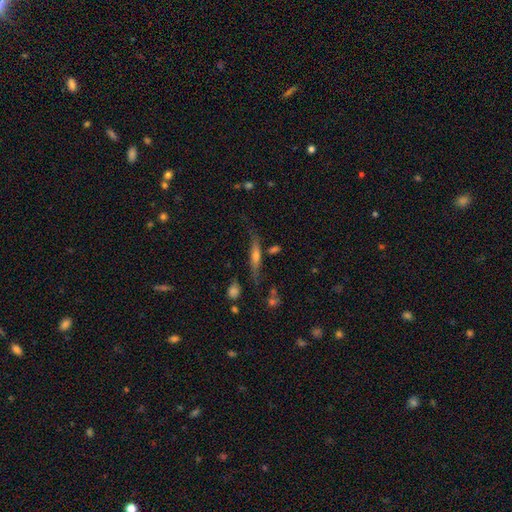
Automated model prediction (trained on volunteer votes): Smooth or featured? Predicted: featured or disk (p=0.55). Edge-on disk? Predicted: yes (p=0.88). Merging? Predicted: none (p=0.69).